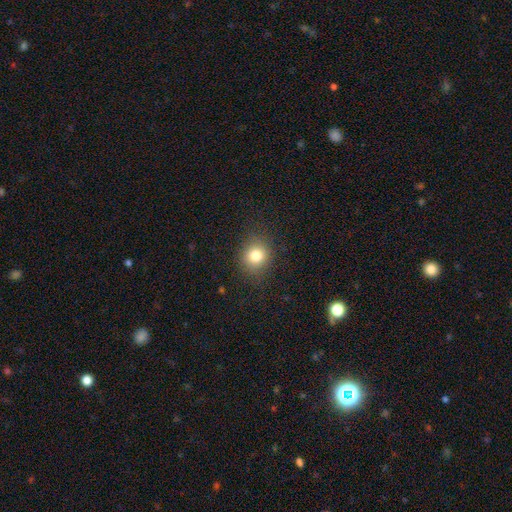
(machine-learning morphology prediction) type=smooth (80%); roundness=round (78%); merging=none (86%).